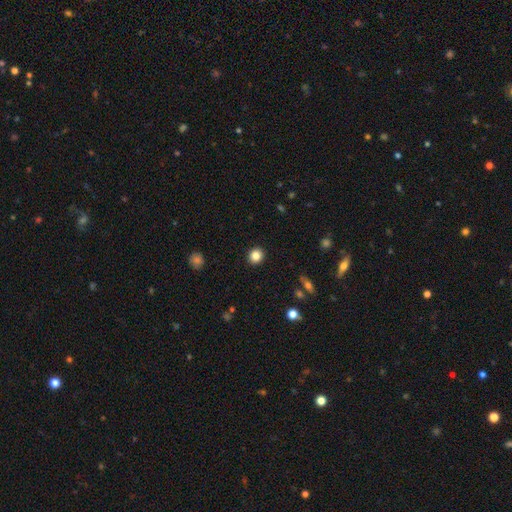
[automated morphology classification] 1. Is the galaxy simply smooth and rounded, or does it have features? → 84% smooth, 11% star or artifact, 5% featured or disk.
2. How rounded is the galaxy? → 84% round, 15% in between, 1% cigar-shaped.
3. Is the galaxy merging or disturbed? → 92% none, 5% minor disturbance, 2% major disturbance, 1% merger.